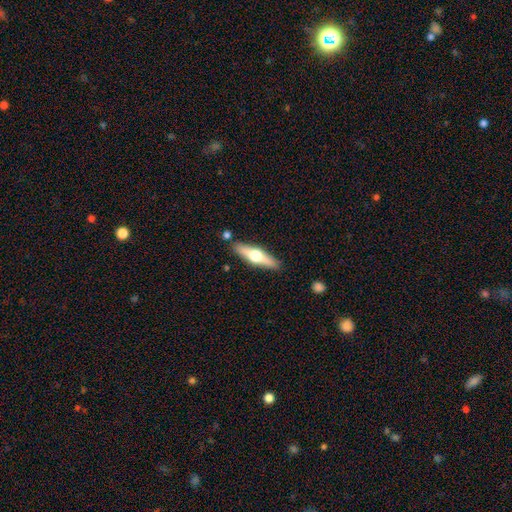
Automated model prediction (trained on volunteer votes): Q: Smooth or featured?
A: featured or disk (58%); runner-up: smooth (37%)
Q: Edge-on disk?
A: yes (95%); runner-up: no (5%)
Q: Edge-on bulge?
A: rounded (96%); runner-up: boxy (3%)
Q: Merging?
A: none (86%); runner-up: minor disturbance (8%)